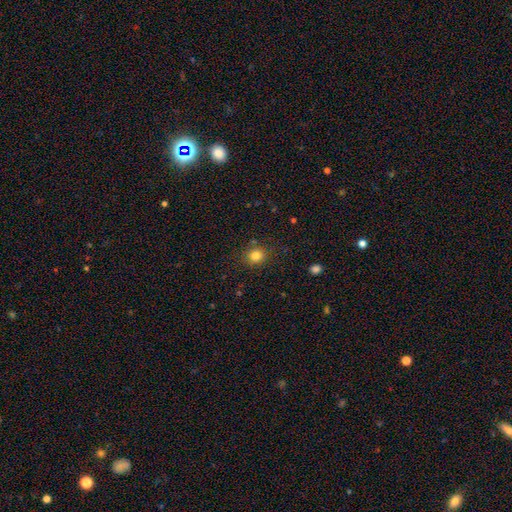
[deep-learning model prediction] A smooth galaxy with no disk features (82%) that is round (77%). Merging: none (83%).